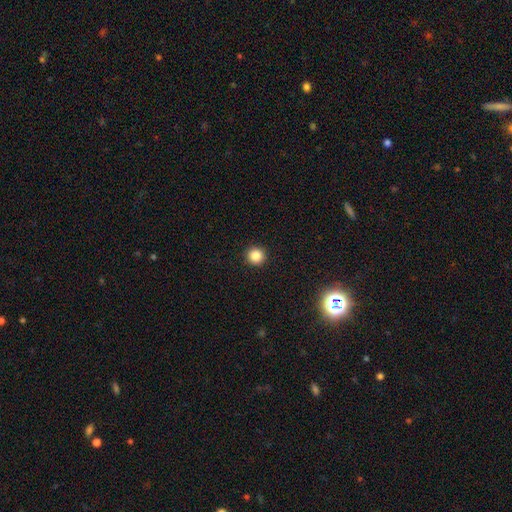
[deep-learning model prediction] Morphology: type=smooth (85%); roundness=round (95%); merging=none (93%).